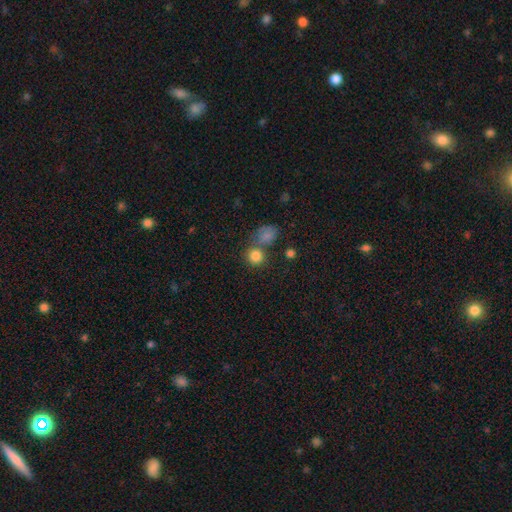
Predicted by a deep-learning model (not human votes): Q: Smooth or featured?
A: smooth (82%); runner-up: star or artifact (11%)
Q: How rounded?
A: round (87%); runner-up: in between (12%)
Q: Merging?
A: none (59%); runner-up: merger (27%)